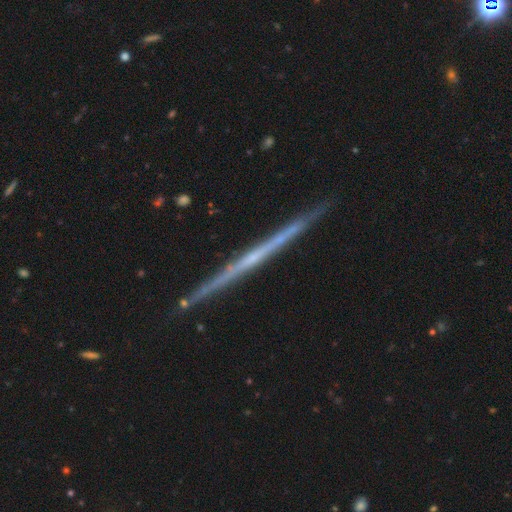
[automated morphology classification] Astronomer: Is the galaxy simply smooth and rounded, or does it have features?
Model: featured or disk — 78%.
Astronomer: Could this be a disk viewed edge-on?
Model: yes — 98%.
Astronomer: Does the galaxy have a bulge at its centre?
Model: none — 70%.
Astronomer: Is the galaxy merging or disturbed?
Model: none — 91%.